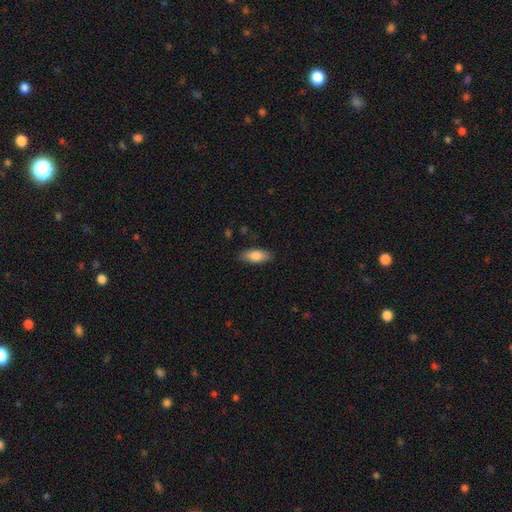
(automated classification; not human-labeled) smooth_or_featured: smooth (p=0.79) [alt: featured or disk p=0.14]
how_rounded: in between (p=0.76) [alt: cigar-shaped p=0.21]
merging: none (p=0.86) [alt: minor disturbance p=0.10]